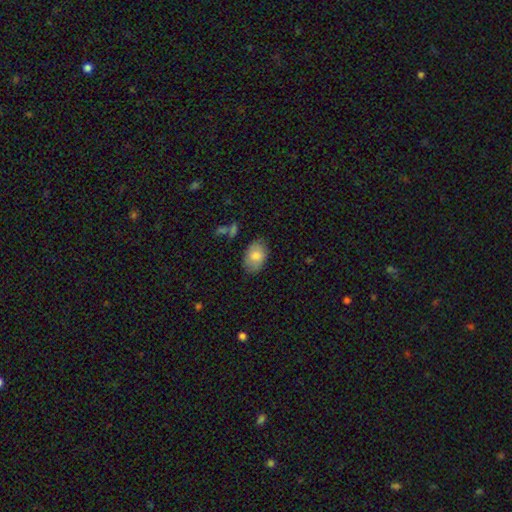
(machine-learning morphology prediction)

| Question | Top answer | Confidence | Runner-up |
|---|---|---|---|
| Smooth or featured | smooth | 78% | featured or disk (15%) |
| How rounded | in between | 87% | round (12%) |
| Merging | none | 79% | minor disturbance (16%) |